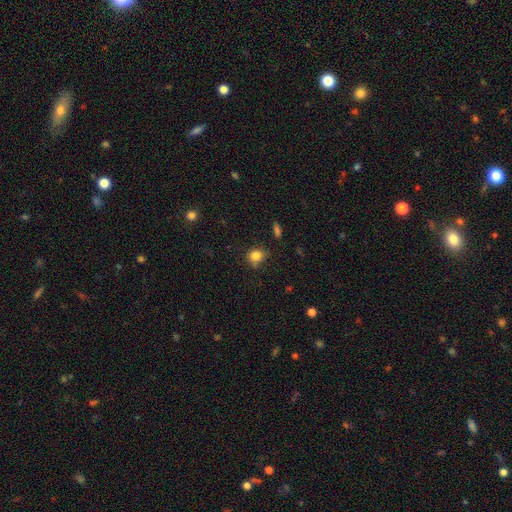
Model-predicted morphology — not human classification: Smooth or featured? Predicted: smooth (p=0.81). How rounded? Predicted: round (p=0.63). Merging? Predicted: none (p=0.65).